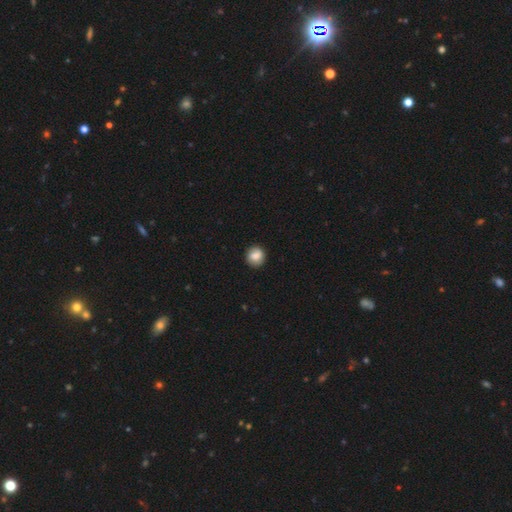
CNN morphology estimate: smooth_or_featured: smooth (p=0.81) [alt: featured or disk p=0.10]
how_rounded: round (p=0.86) [alt: in between p=0.13]
merging: none (p=0.88) [alt: minor disturbance p=0.09]